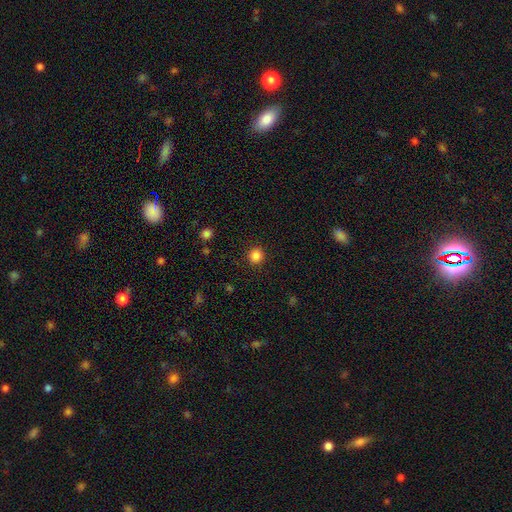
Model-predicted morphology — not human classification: A smooth galaxy with no disk features (85%) that is round (93%). Merging: none (91%).